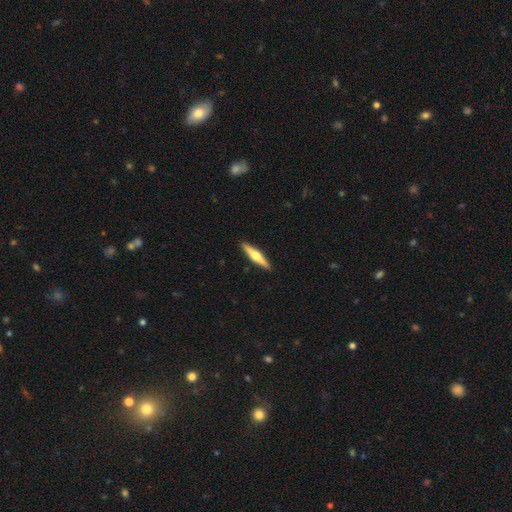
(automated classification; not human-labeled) A featured or disk galaxy (60%) viewed edge-on (97%) with a rounded central bulge (92%).

Vote fractions:
- Smooth or featured? featured or disk: 60% / smooth: 35% / star or artifact: 5%
- Edge-on disk? yes: 97% / no: 3%
- Edge-on bulge? rounded: 92% / boxy: 4% / none: 4%
- Merging? none: 92% / minor disturbance: 6% / major disturbance: 1% / merger: 1%